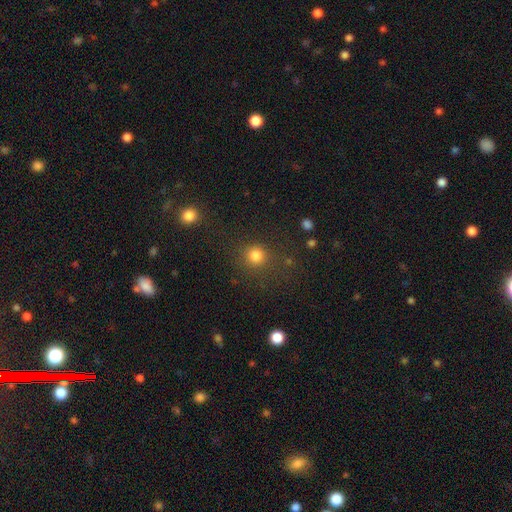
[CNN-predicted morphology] Q: Smooth or featured?
A: smooth (81%); runner-up: star or artifact (14%)
Q: How rounded?
A: round (91%); runner-up: in between (8%)
Q: Merging?
A: none (80%); runner-up: minor disturbance (9%)